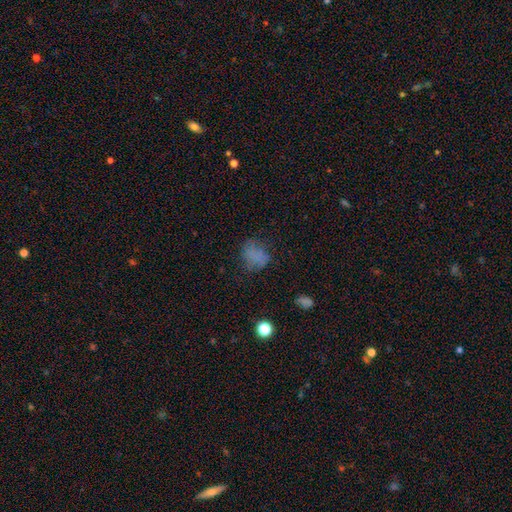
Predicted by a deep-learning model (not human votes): Overall: smooth (65%). How rounded: round (52%; in between 46%). Merging: none (56%; minor disturbance 25%).